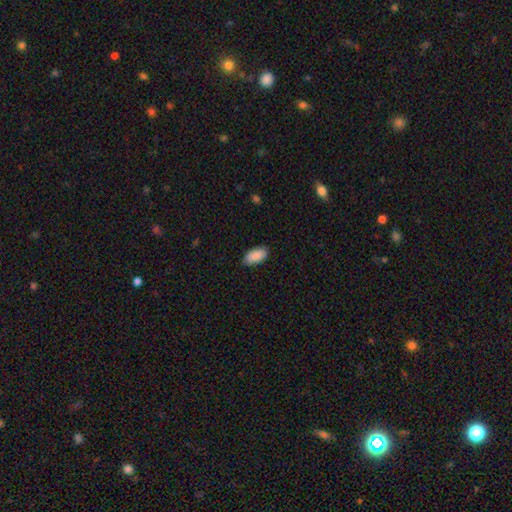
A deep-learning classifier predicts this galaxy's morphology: Smooth or featured? smooth (90%)
How rounded? in between (94%)
Merging? none (87%)